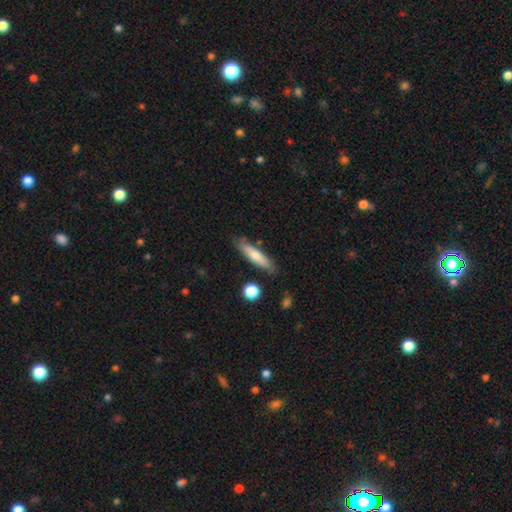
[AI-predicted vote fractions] Overall: smooth (68%). How rounded: cigar-shaped (80%). Merging: none (80%).